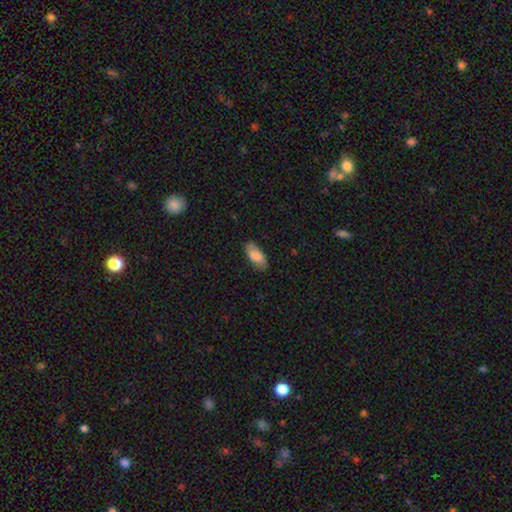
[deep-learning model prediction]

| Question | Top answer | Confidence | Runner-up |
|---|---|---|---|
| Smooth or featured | smooth | 79% | featured or disk (15%) |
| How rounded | in between | 89% | cigar-shaped (8%) |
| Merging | none | 81% | minor disturbance (15%) |